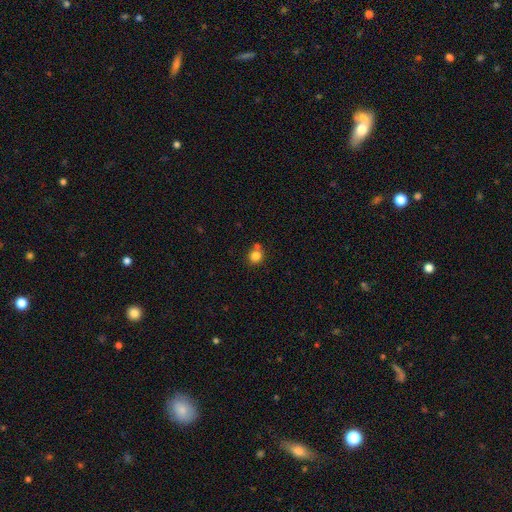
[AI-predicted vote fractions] This appears to be a smooth galaxy with no disk features (82%) that is round (86%). Merging: none (64%).